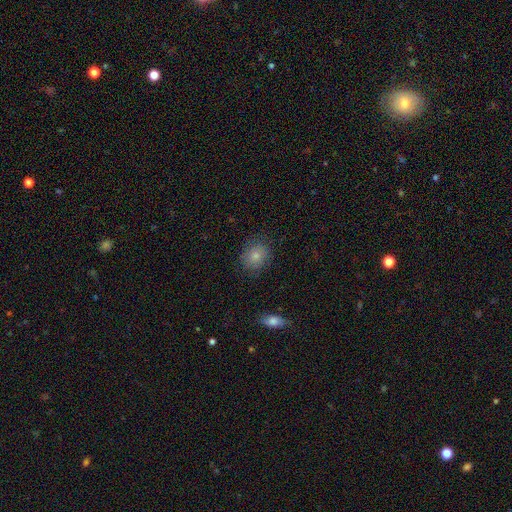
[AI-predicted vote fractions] Smooth or featured?
  - smooth: 80% *
  - featured or disk: 10%
  - star or artifact: 9%
How rounded?
  - round: 66% *
  - in between: 33%
  - cigar-shaped: 1%
Merging?
  - none: 81% *
  - minor disturbance: 14%
  - major disturbance: 4%
  - merger: 1%